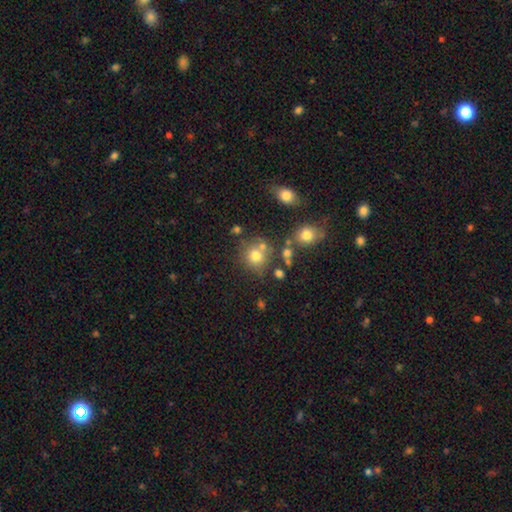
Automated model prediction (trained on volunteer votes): Q: Smooth or featured?
A: smooth (74%); runner-up: star or artifact (16%)
Q: How rounded?
A: round (87%); runner-up: in between (12%)
Q: Merging?
A: none (64%); runner-up: merger (18%)